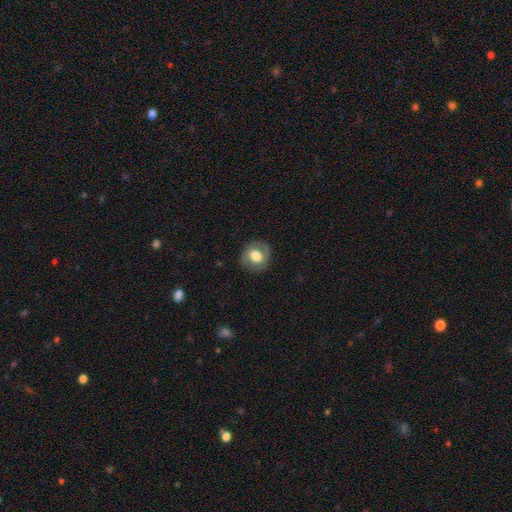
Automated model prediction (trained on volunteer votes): Smooth or featured?
  - smooth: 51% *
  - featured or disk: 42%
  - star or artifact: 8%
How rounded?
  - round: 78% *
  - in between: 20%
  - cigar-shaped: 1%
Merging?
  - none: 81% *
  - minor disturbance: 13%
  - major disturbance: 5%
  - merger: 1%